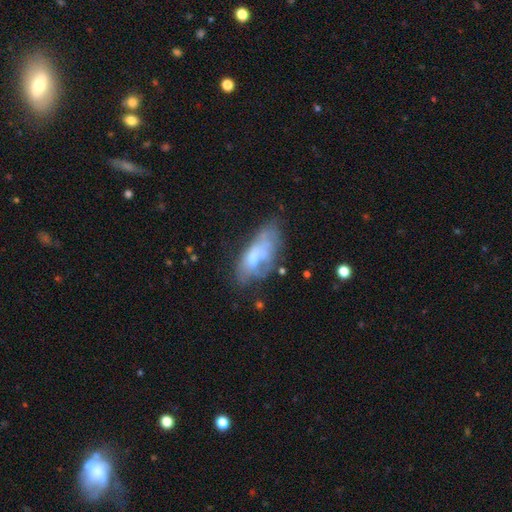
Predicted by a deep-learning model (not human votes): The model was most divided on "smooth or featured": smooth: 47%, featured or disk: 44%, star or artifact: 9%. Remaining: merging — none (32%).